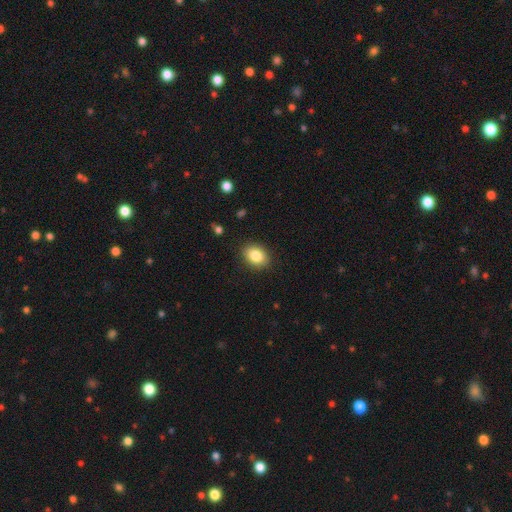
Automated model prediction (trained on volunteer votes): The model was most divided on "how rounded": in between: 70%, round: 29%, cigar-shaped: 1%. More confident: merging — none (88%); smooth or featured — smooth (84%).